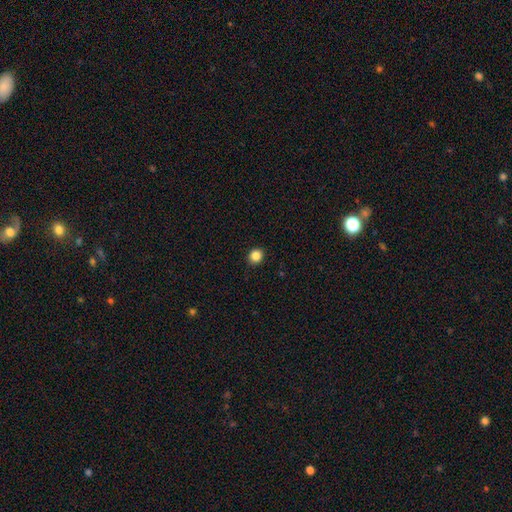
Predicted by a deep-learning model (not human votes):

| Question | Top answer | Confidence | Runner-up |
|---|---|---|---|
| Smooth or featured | smooth | 85% | star or artifact (11%) |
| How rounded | round | 80% | in between (19%) |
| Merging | none | 92% | minor disturbance (5%) |